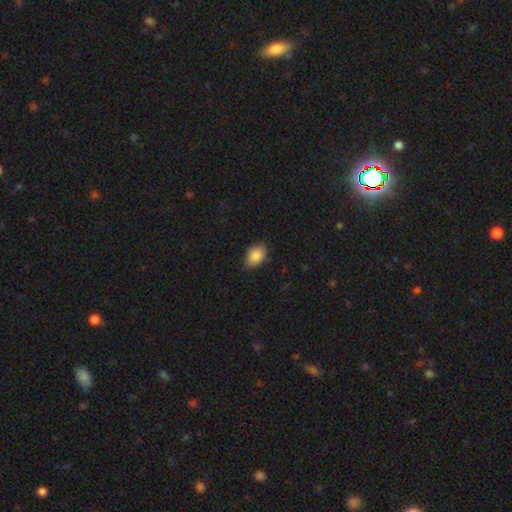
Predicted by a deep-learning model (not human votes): A smooth galaxy with no disk features (87%) that is in between round and cigar-shaped (83%).

Vote fractions:
- Smooth or featured? smooth: 87% / star or artifact: 7% / featured or disk: 5%
- How rounded? in between: 83% / round: 16% / cigar-shaped: 1%
- Merging? none: 80% / minor disturbance: 16% / major disturbance: 3% / merger: 1%